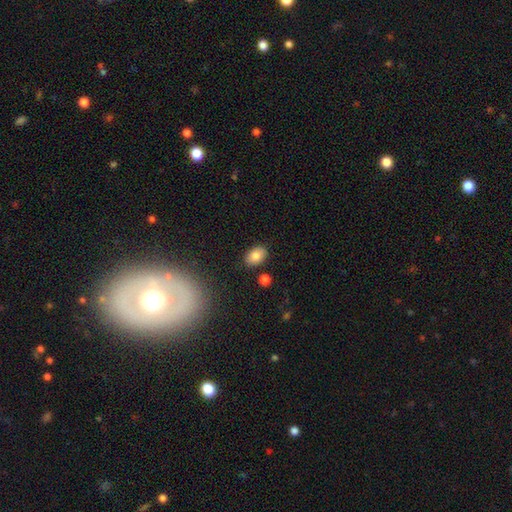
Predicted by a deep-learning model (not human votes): This is clearly a smooth galaxy (84%). How rounded: clearly in between (87%). Merging: clearly none (85%).